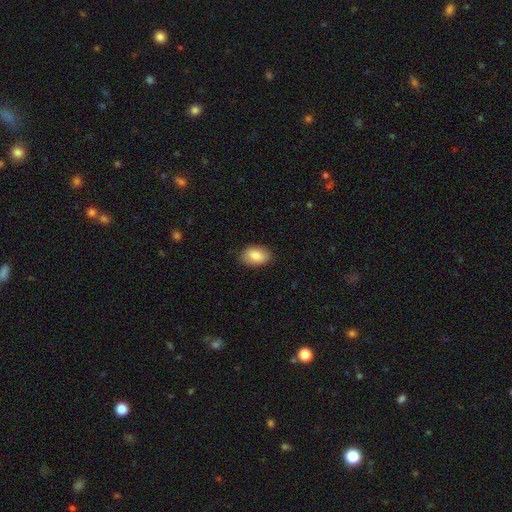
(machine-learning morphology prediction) Smooth or featured?
  - smooth: 87% *
  - featured or disk: 7%
  - star or artifact: 7%
How rounded?
  - in between: 89% *
  - round: 9%
  - cigar-shaped: 1%
Merging?
  - none: 85% *
  - minor disturbance: 12%
  - major disturbance: 3%
  - merger: 1%